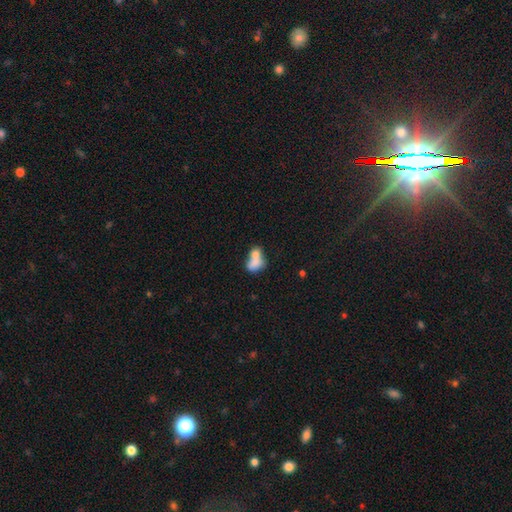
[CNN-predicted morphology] Smooth or featured? smooth (74%)
How rounded? in between (74%)
Merging? merger (66%)